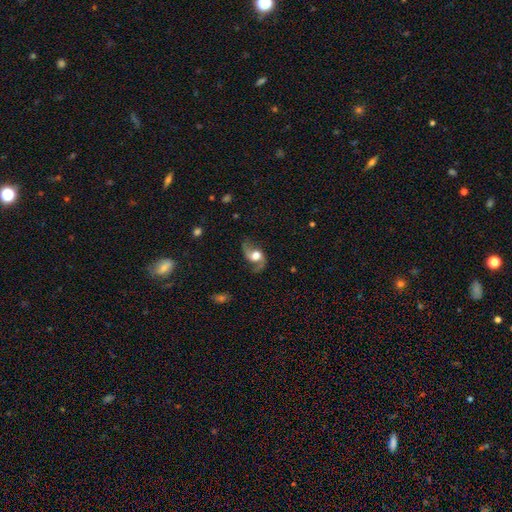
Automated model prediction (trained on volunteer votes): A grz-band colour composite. It shows a featured or disk galaxy (81%) with no bar (58%), 2 (93%) loose (71%) spiral arms (94%) and a large central bulge (48%). Merging: none (68%).